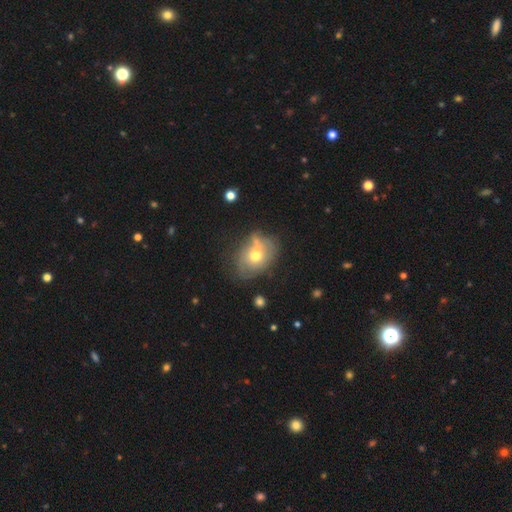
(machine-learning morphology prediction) This appears to be a smooth galaxy with no disk features (51%) that is in between round and cigar-shaped (64%). Merging: none (48%).